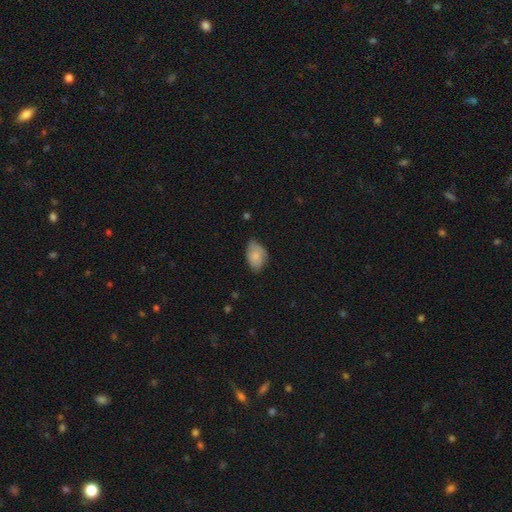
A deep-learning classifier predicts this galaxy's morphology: Overall: smooth (75%). How rounded: in between (90%). Merging: none (53%; minor disturbance 38%).